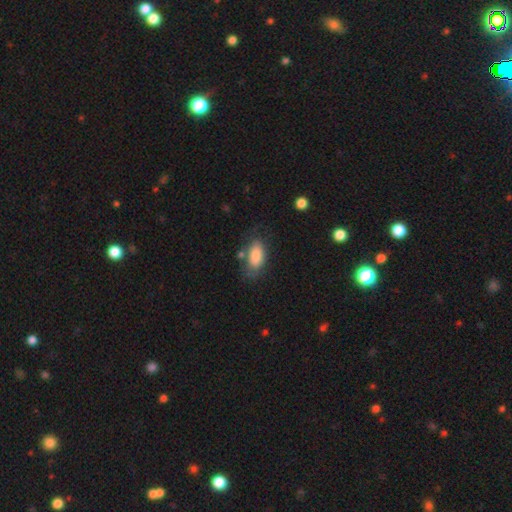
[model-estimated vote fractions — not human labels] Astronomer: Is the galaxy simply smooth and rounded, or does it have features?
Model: smooth — 83%.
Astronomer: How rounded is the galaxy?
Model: in between — 91%.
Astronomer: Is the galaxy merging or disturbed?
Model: none — 65%.